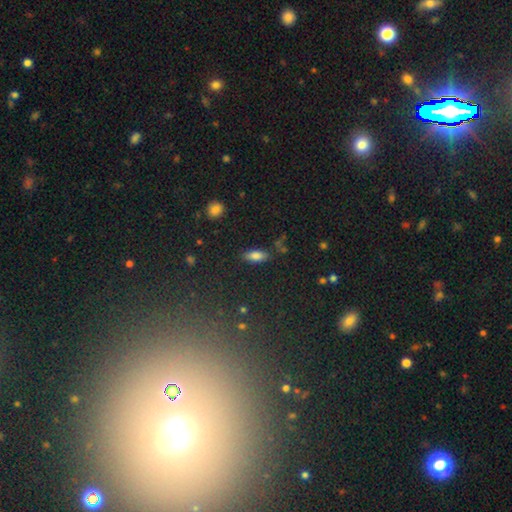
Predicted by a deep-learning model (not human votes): Morphology: type=smooth (80%); roundness=in between (81%); merging=none (80%).